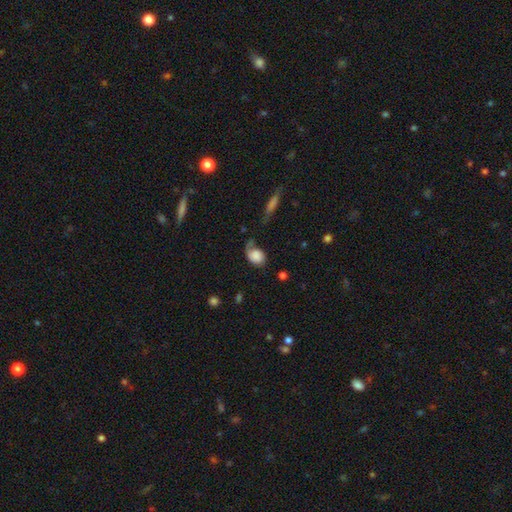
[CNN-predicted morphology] Q: Smooth or featured?
A: smooth (67%); runner-up: featured or disk (24%)
Q: How rounded?
A: in between (61%); runner-up: round (37%)
Q: Merging?
A: none (35%); runner-up: major disturbance (32%)